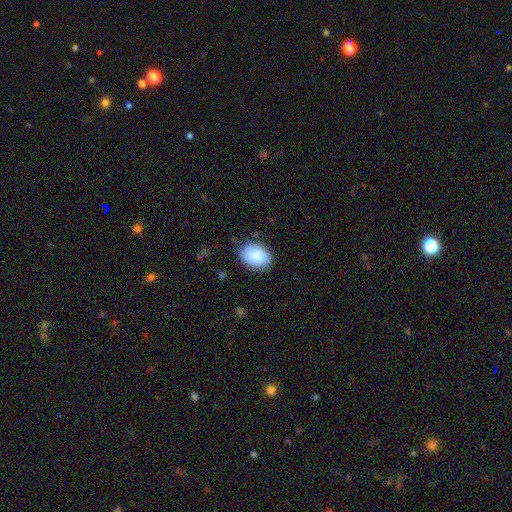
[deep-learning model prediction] The model was most divided on "how rounded": in between: 70%, round: 29%, cigar-shaped: 1%. More confident: merging — none (80%); smooth or featured — smooth (78%).